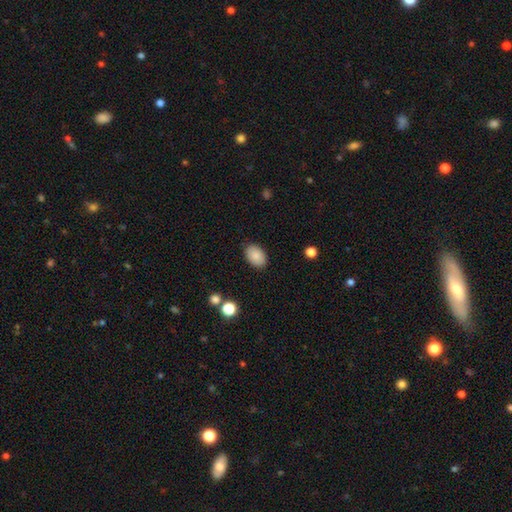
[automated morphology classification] Smooth or featured? Predicted: smooth (p=0.87). How rounded? Predicted: in between (p=0.87). Merging? Predicted: none (p=0.88).